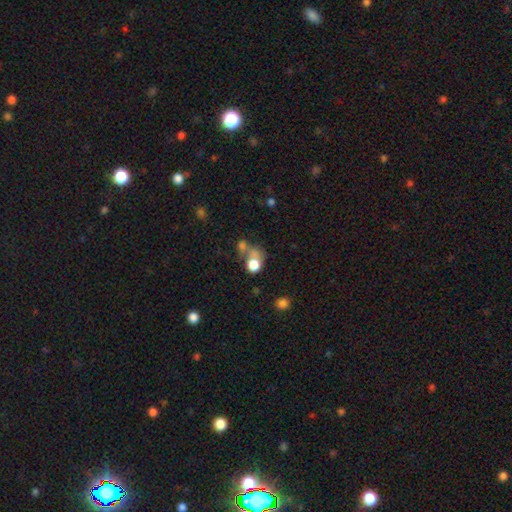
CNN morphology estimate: Smooth or featured: smooth — 52% (star or artifact — 33%)
How rounded: round — 72% (in between — 26%)
Merging: none — 47% (merger — 35%)